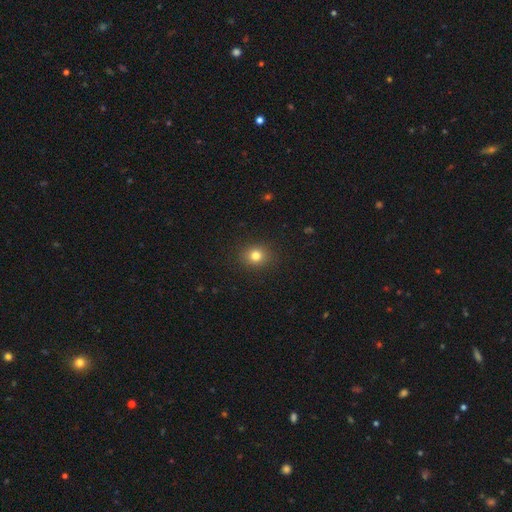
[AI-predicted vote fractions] Q: Smooth or featured?
A: smooth (80%); runner-up: star or artifact (13%)
Q: How rounded?
A: round (76%); runner-up: in between (23%)
Q: Merging?
A: none (90%); runner-up: minor disturbance (7%)